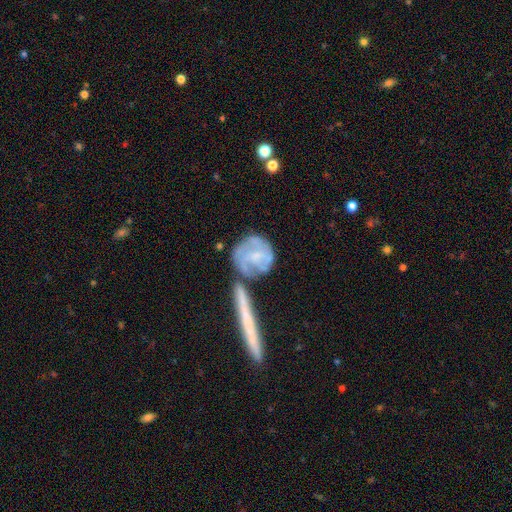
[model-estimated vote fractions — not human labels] Smooth or featured? Predicted: featured or disk (p=0.61). Edge-on disk? Predicted: no (p=0.94). Bar? Predicted: no (p=0.60). Spiral arms? Predicted: yes (p=0.74). Bulge size? Predicted: none (p=0.36). Merging? Predicted: none (p=0.50).